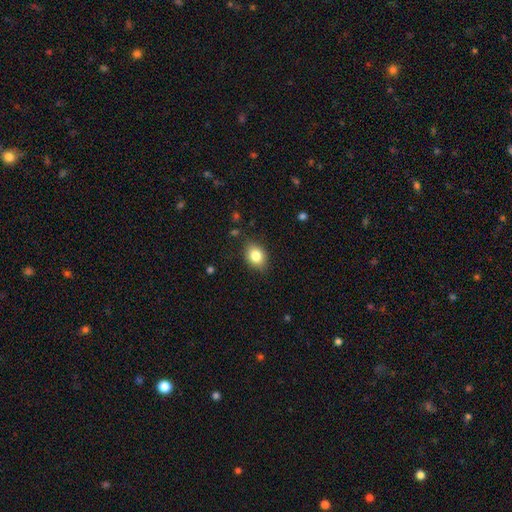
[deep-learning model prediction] Smooth or featured? smooth (82%)
How rounded? in between (66%)
Merging? none (83%)